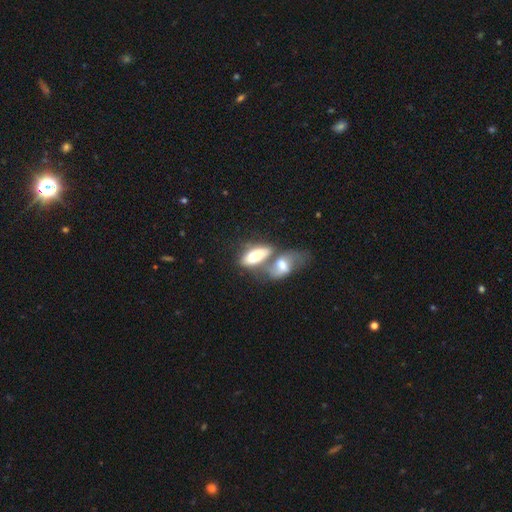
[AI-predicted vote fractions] Smooth or featured? smooth (59%)
How rounded? in between (85%)
Merging? merger (66%)